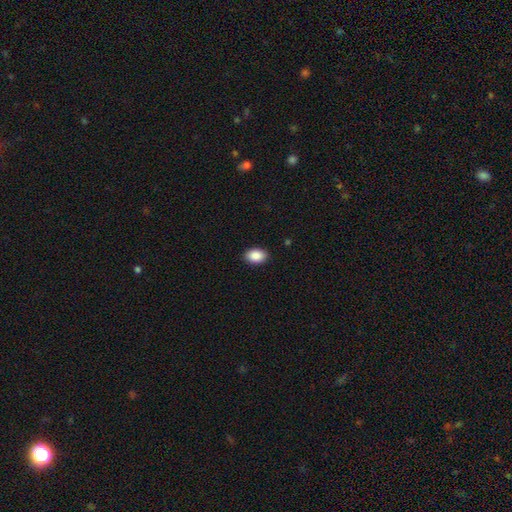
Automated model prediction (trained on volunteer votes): smooth_or_featured: smooth (p=0.90) [alt: star or artifact p=0.07]
how_rounded: in between (p=0.83) [alt: round p=0.16]
merging: none (p=0.89) [alt: minor disturbance p=0.08]